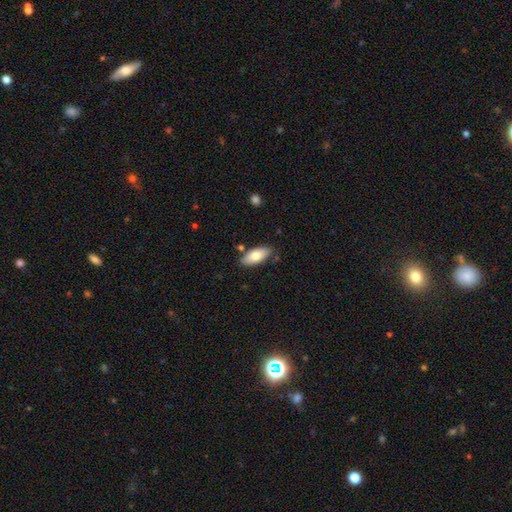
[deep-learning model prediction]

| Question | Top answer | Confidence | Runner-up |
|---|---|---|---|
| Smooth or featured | smooth | 77% | featured or disk (17%) |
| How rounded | in between | 86% | cigar-shaped (12%) |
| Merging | none | 82% | minor disturbance (13%) |